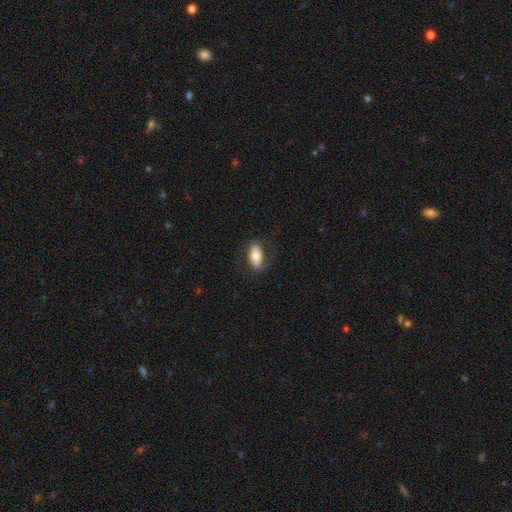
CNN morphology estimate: smooth 68%, featured or disk 25%, star or artifact 7%. Down the decision tree: how rounded — in between (89%); merging — none (73%).